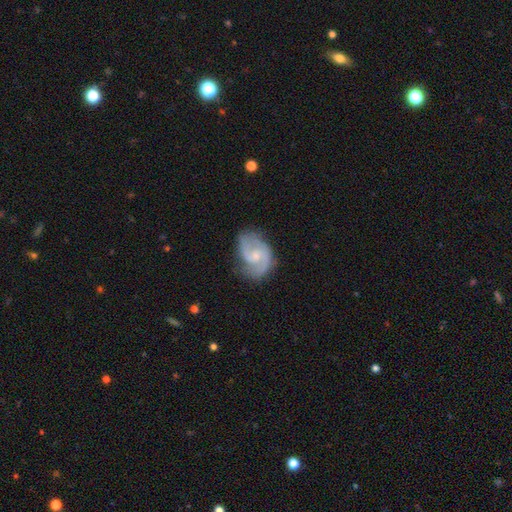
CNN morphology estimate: A featured or disk galaxy (85%) with no bar (48%), 2 (85%) medium (55%) spiral arms (96%) and a small central bulge (54%). Merging: none (70%).